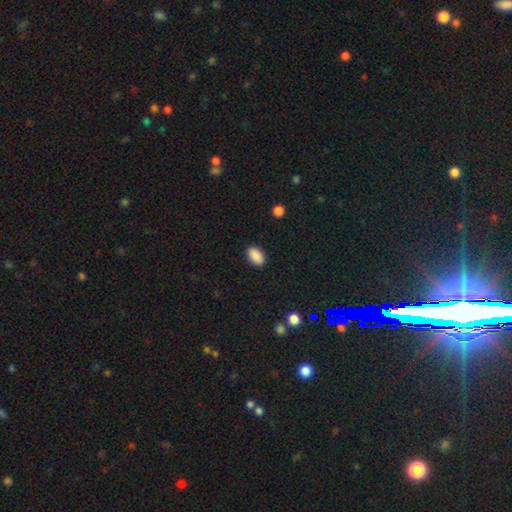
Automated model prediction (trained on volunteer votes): smooth 89%, star or artifact 7%, featured or disk 3%. Down the decision tree: how rounded — in between (93%); merging — none (88%).